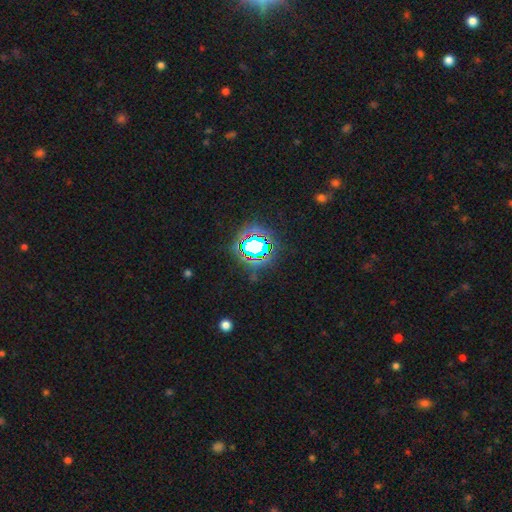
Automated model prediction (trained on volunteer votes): Smooth or featured?
  - star or artifact: 80% *
  - smooth: 13%
  - featured or disk: 7%